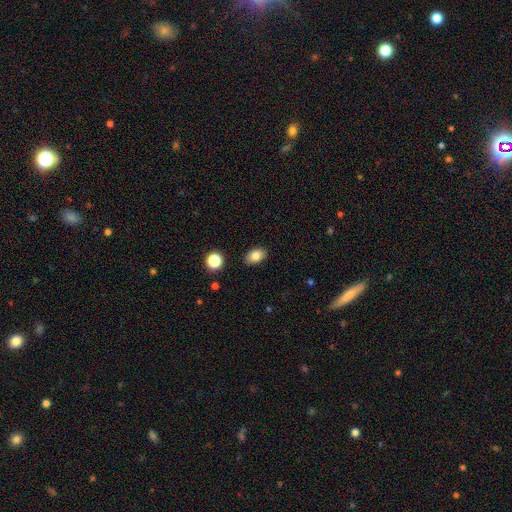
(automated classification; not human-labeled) Morphology: type=smooth (82%); roundness=in between (87%); merging=none (88%).